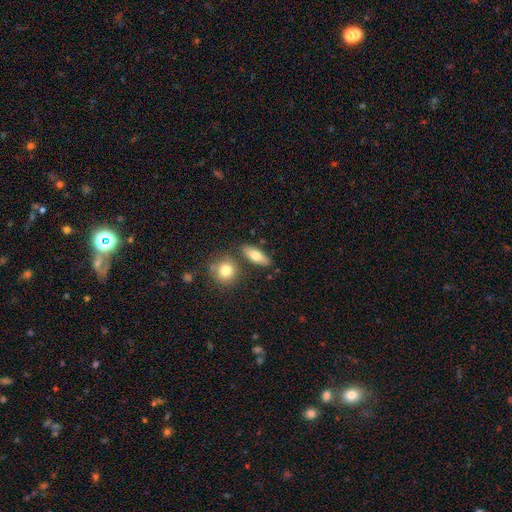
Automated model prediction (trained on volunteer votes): Smooth or featured?
  - smooth: 73% *
  - featured or disk: 20%
  - star or artifact: 7%
How rounded?
  - in between: 70% *
  - cigar-shaped: 24%
  - round: 6%
Merging?
  - none: 77% *
  - minor disturbance: 10%
  - merger: 10%
  - major disturbance: 3%